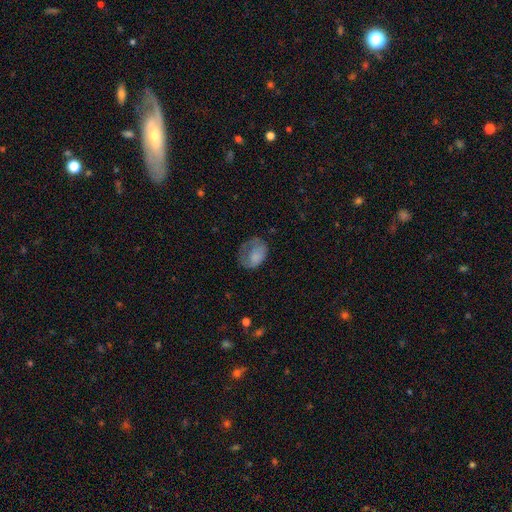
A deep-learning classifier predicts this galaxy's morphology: smooth_or_featured: smooth (p=0.68) [alt: featured or disk p=0.23]
how_rounded: in between (p=0.65) [alt: round p=0.34]
merging: none (p=0.37) [alt: major disturbance p=0.32]